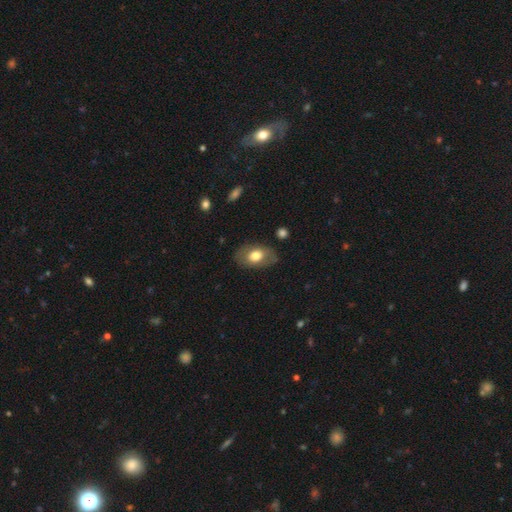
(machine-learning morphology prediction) smooth 66%, featured or disk 27%, star or artifact 7%. Down the decision tree: how rounded — in between (86%); merging — none (78%).